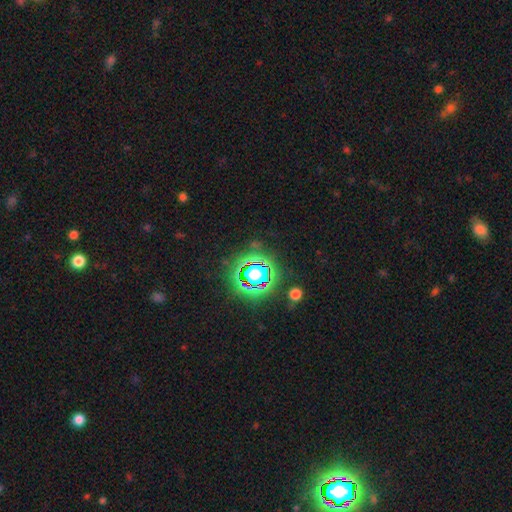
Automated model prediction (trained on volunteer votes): star or artifact 79%, smooth 12%, featured or disk 9%.